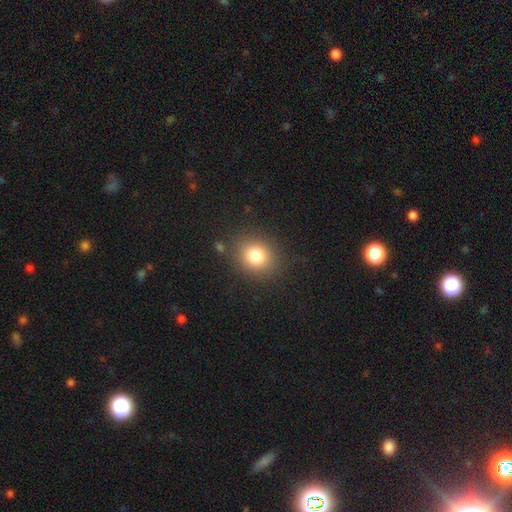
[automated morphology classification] Smooth or featured: smooth — 80% (star or artifact — 12%)
How rounded: round — 73% (in between — 26%)
Merging: none — 85% (minor disturbance — 9%)